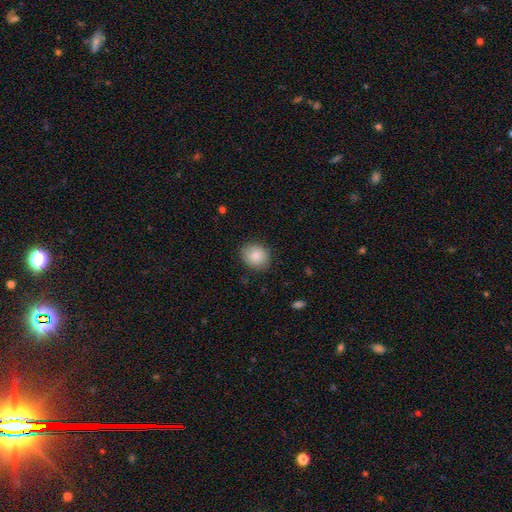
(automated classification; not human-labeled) A smooth galaxy with no disk features (86%) that is round (61%).

Vote fractions:
- Smooth or featured? smooth: 86% / star or artifact: 8% / featured or disk: 7%
- How rounded? round: 61% / in between: 38% / cigar-shaped: 1%
- Merging? none: 86% / minor disturbance: 11% / major disturbance: 3% / merger: 1%